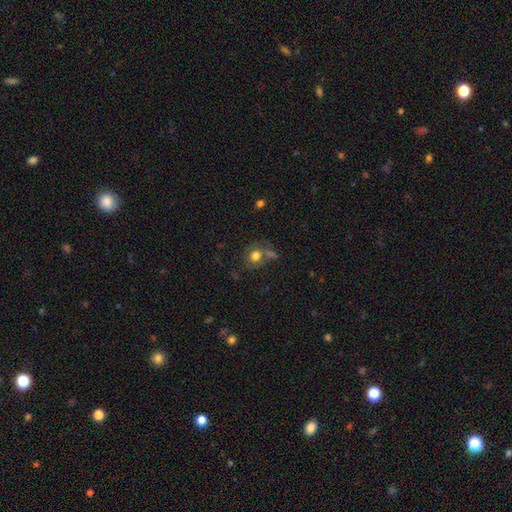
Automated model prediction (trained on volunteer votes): Smooth or featured? Predicted: smooth (p=0.76). How rounded? Predicted: round (p=0.75). Merging? Predicted: none (p=0.56).